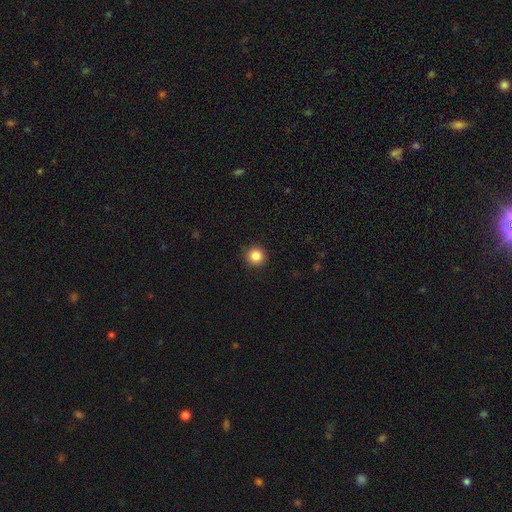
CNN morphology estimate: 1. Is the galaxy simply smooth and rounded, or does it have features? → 86% smooth, 10% star or artifact, 4% featured or disk.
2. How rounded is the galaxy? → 95% round, 4% in between, 1% cigar-shaped.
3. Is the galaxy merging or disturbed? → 92% none, 5% minor disturbance, 2% major disturbance, 1% merger.